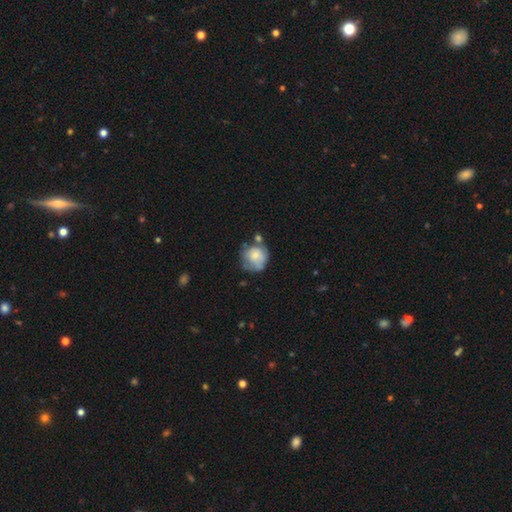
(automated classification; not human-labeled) smooth 61%, featured or disk 31%, star or artifact 8%. Down the decision tree: how rounded — round (79%); merging — none (43%).